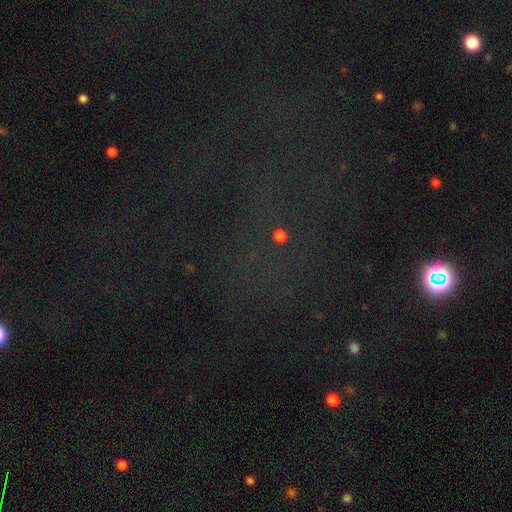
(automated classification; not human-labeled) This is likely a star or artifact rather than a galaxy (66%).